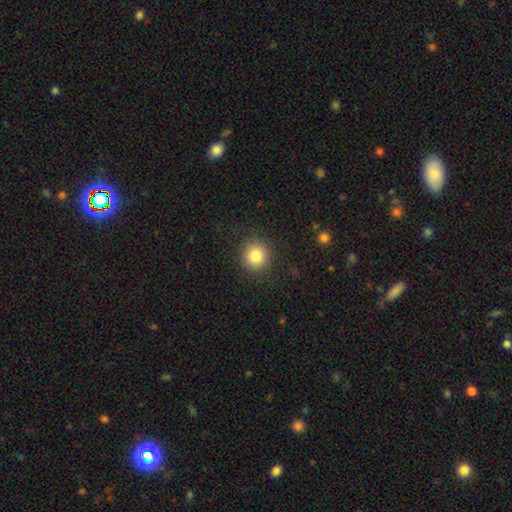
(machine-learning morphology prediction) This is clearly a smooth galaxy (83%). How rounded: clearly round (90%). Merging: clearly none (89%).